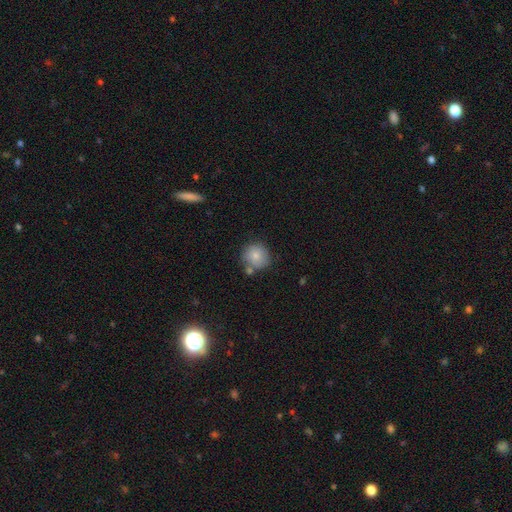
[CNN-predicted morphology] Smooth or featured? Predicted: smooth (p=0.78). How rounded? Predicted: round (p=0.90). Merging? Predicted: none (p=0.68).